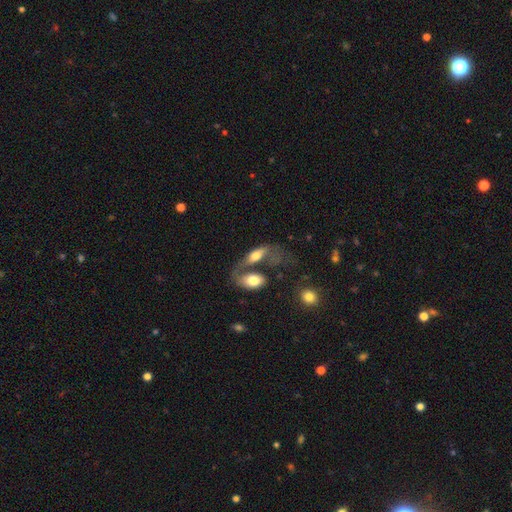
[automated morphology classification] smooth_or_featured: smooth (p=0.57) [alt: featured or disk p=0.36]
how_rounded: in between (p=0.79) [alt: cigar-shaped p=0.15]
merging: merger (p=0.54) [alt: major disturbance p=0.19]